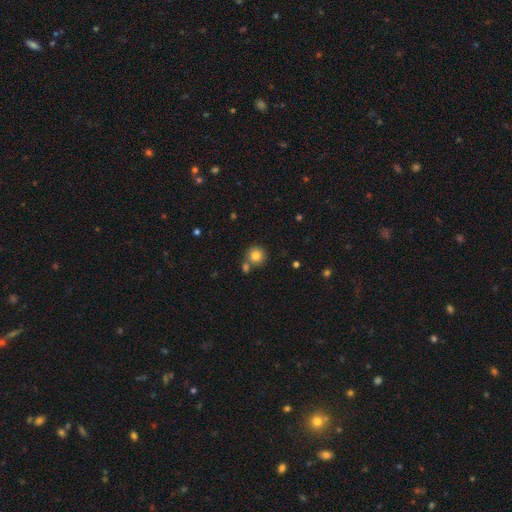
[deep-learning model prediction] Smooth or featured?
  - smooth: 82% *
  - star or artifact: 11%
  - featured or disk: 7%
How rounded?
  - round: 93% *
  - in between: 6%
  - cigar-shaped: 1%
Merging?
  - none: 70% *
  - merger: 19%
  - minor disturbance: 8%
  - major disturbance: 2%